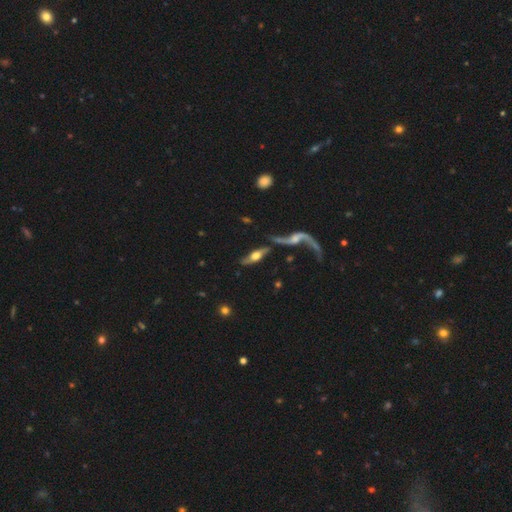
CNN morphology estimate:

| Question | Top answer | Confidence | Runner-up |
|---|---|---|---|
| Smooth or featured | featured or disk | 67% | smooth (25%) |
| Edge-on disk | yes | 57% | no (43%) |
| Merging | none | 55% | merger (18%) |